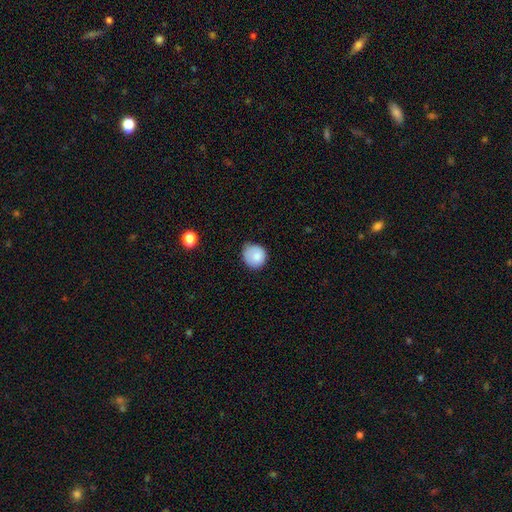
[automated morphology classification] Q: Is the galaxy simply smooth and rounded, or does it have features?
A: smooth — 84%.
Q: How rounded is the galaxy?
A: round — 85%.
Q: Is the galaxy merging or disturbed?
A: none — 66%.